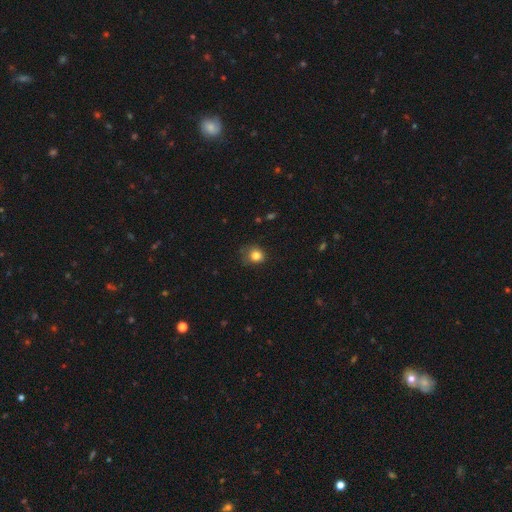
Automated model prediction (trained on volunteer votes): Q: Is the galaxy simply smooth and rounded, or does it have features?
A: smooth — 81%.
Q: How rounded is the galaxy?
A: round — 74%.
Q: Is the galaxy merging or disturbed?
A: none — 63%.